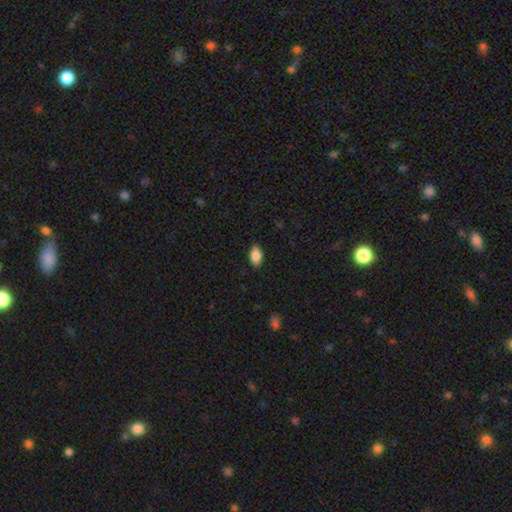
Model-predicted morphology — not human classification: Smooth or featured? smooth (88%)
How rounded? in between (92%)
Merging? none (86%)